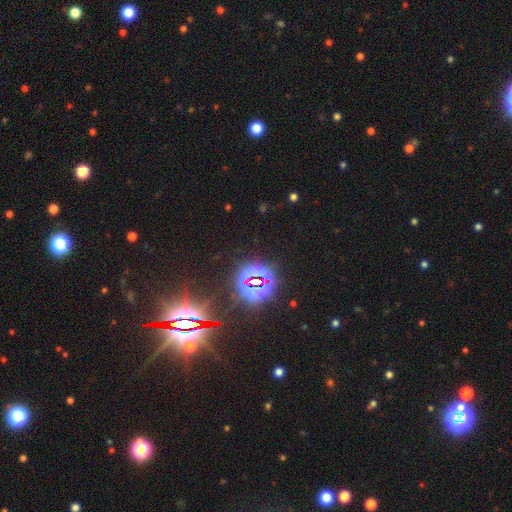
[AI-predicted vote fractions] Morphology: type=star or artifact (84%).